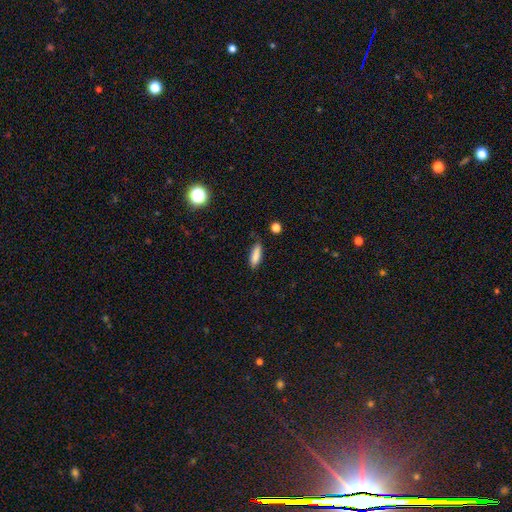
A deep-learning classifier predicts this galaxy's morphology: Overall: smooth (85%). How rounded: cigar-shaped (51%; in between 47%). Merging: none (80%).